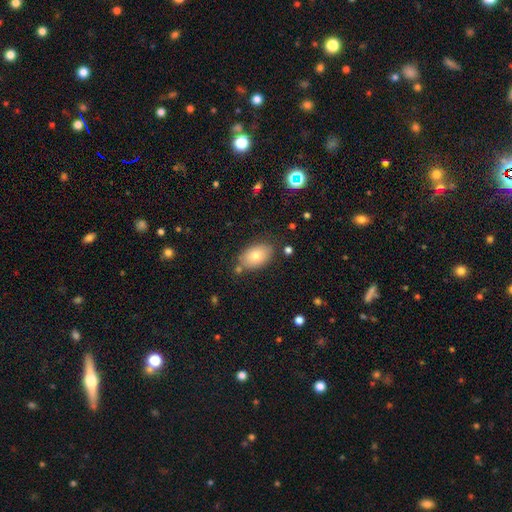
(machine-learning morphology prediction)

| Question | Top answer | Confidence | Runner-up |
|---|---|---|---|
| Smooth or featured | smooth | 76% | featured or disk (15%) |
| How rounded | in between | 88% | round (11%) |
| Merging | none | 78% | minor disturbance (14%) |